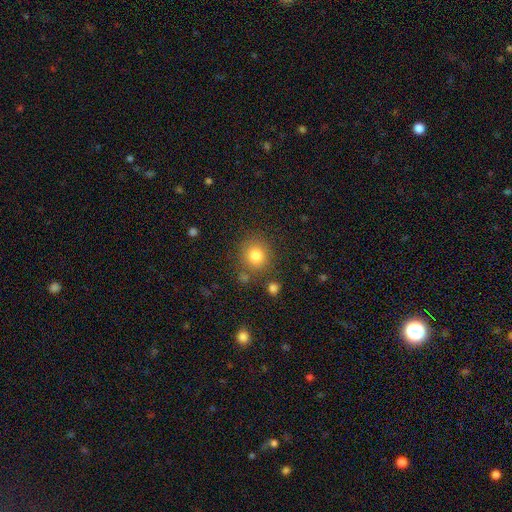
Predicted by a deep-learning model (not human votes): smooth_or_featured: smooth (p=0.81) [alt: star or artifact p=0.11]
how_rounded: round (p=0.87) [alt: in between p=0.12]
merging: none (p=0.79) [alt: minor disturbance p=0.10]